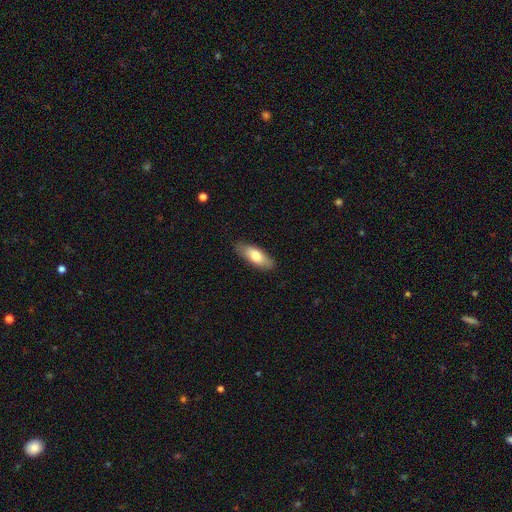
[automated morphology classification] smooth_or_featured: smooth (p=0.76) [alt: featured or disk p=0.19]
how_rounded: in between (p=0.72) [alt: cigar-shaped p=0.26]
merging: none (p=0.85) [alt: minor disturbance p=0.12]